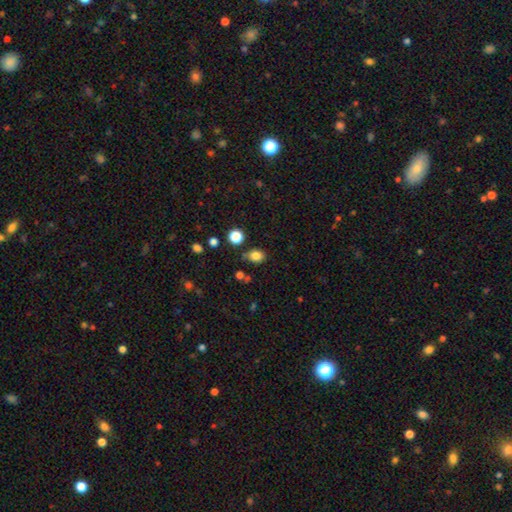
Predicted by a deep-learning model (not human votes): smooth_or_featured: smooth (p=0.82) [alt: star or artifact p=0.13]
how_rounded: round (p=0.51) [alt: in between p=0.48]
merging: none (p=0.73) [alt: minor disturbance p=0.17]